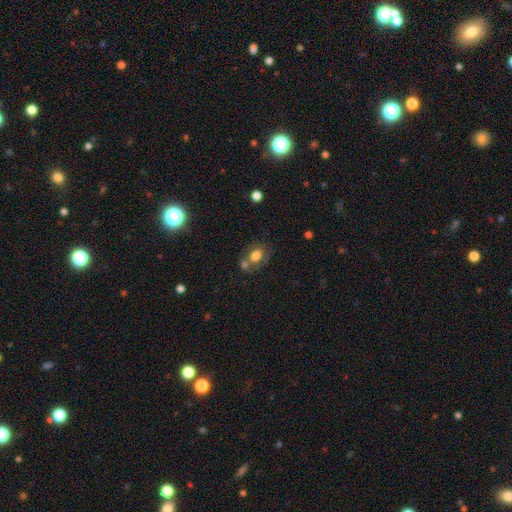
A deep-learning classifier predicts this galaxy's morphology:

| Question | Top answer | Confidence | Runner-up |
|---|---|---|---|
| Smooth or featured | smooth | 67% | featured or disk (23%) |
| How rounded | in between | 66% | round (33%) |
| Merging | none | 41% | merger (36%) |